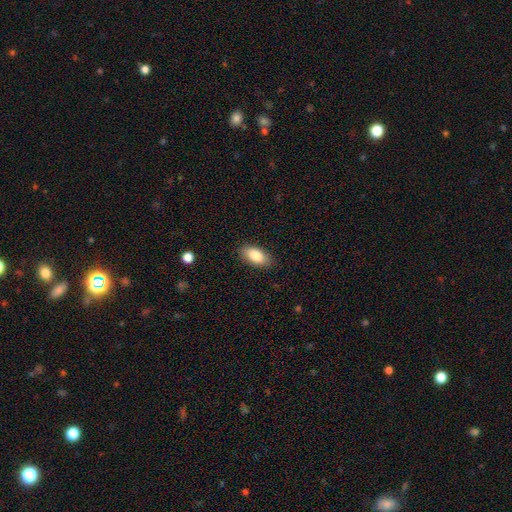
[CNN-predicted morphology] smooth-or-featured: smooth: 85% | featured or disk: 8% | star or artifact: 6%
  how-rounded: in between: 91% | cigar-shaped: 6% | round: 3%
  merging: none: 87% | minor disturbance: 10% | major disturbance: 2% | merger: 1%